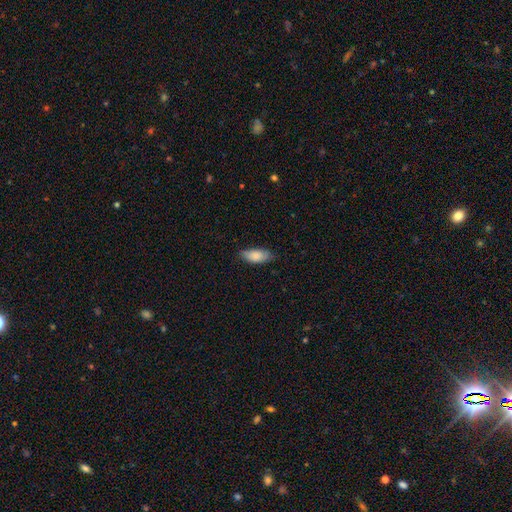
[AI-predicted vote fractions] Morphology: type=smooth (83%); roundness=in between (85%); merging=none (76%).